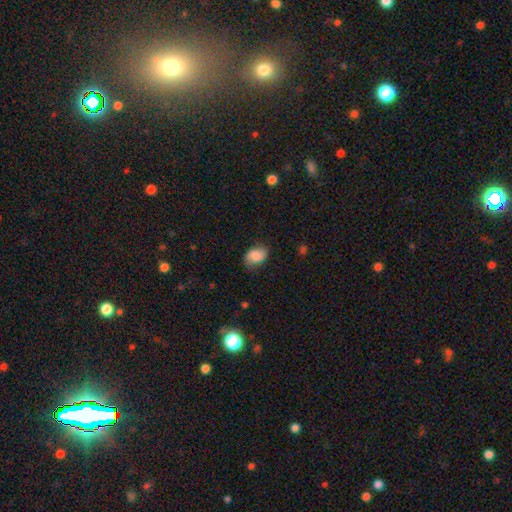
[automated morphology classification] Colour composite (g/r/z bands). It shows a smooth galaxy with no disk features (80%) that is in between round and cigar-shaped (81%). Merging: none (70%).